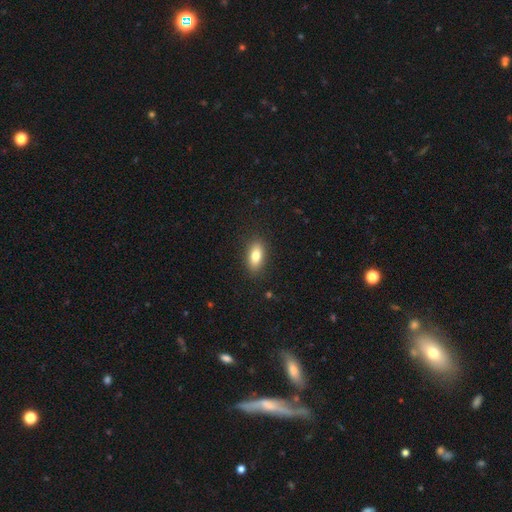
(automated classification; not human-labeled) Morphology: type=smooth (81%); roundness=in between (86%); merging=none (88%).